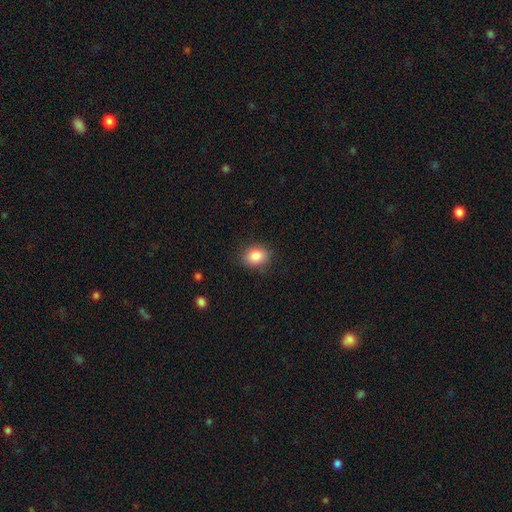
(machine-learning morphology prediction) A smooth galaxy with no disk features (86%) that is in between round and cigar-shaped (54%). Merging: none (85%).